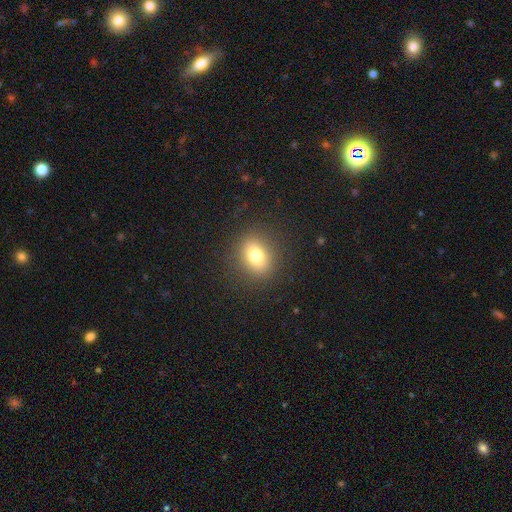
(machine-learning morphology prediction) Smooth or featured?
  - smooth: 76% *
  - star or artifact: 13%
  - featured or disk: 11%
How rounded?
  - round: 58% *
  - in between: 41%
  - cigar-shaped: 1%
Merging?
  - none: 88% *
  - minor disturbance: 7%
  - major disturbance: 4%
  - merger: 1%